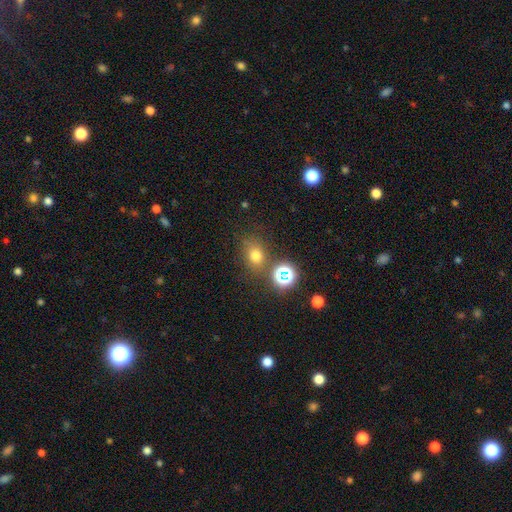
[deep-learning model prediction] Smooth or featured? Predicted: smooth (p=0.69). How rounded? Predicted: round (p=0.58). Merging? Predicted: none (p=0.71).